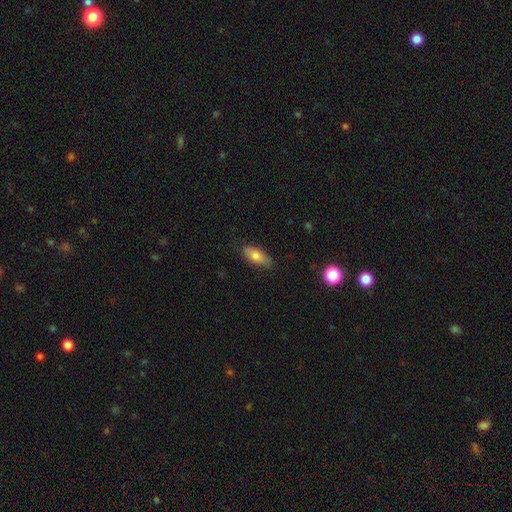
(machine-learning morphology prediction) smooth-or-featured: smooth: 75% | featured or disk: 18% | star or artifact: 7%
  how-rounded: in between: 80% | cigar-shaped: 18% | round: 3%
  merging: none: 83% | minor disturbance: 13% | major disturbance: 2% | merger: 1%